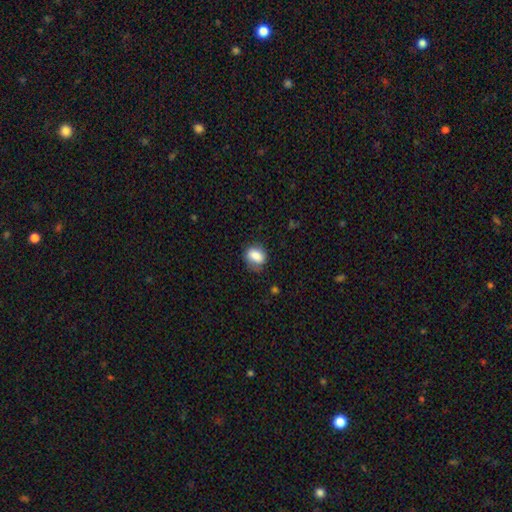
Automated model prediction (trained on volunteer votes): A smooth galaxy with no disk features (83%) that is in between round and cigar-shaped (56%).

Vote fractions:
- Smooth or featured? smooth: 83% / featured or disk: 8% / star or artifact: 8%
- How rounded? in between: 56% / round: 43% / cigar-shaped: 1%
- Merging? none: 66% / minor disturbance: 25% / major disturbance: 7% / merger: 2%